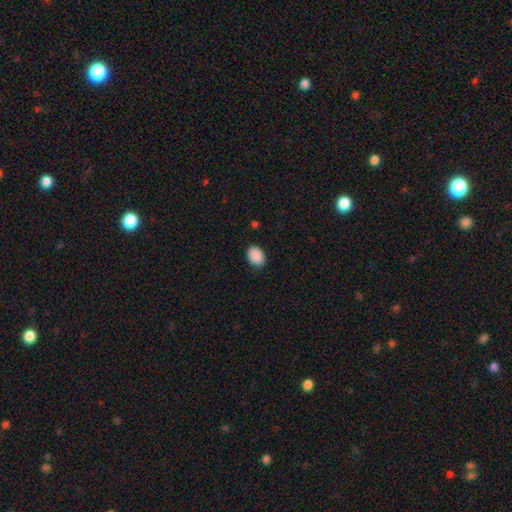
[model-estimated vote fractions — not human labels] smooth 90%, star or artifact 7%, featured or disk 3%. Down the decision tree: how rounded — in between (79%); merging — none (86%).